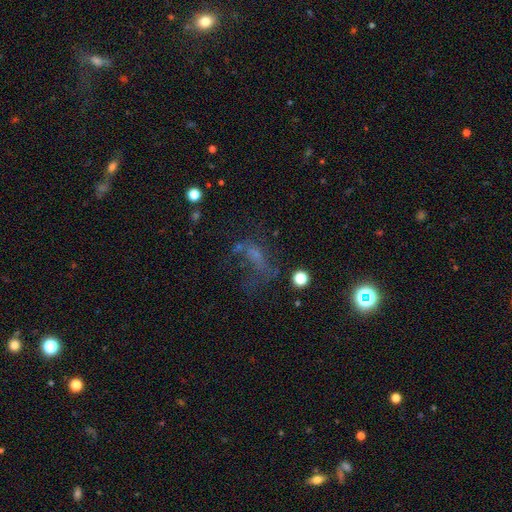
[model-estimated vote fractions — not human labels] smooth_or_featured: featured or disk (p=0.35) [alt: star or artifact p=0.33]
merging: major disturbance (p=0.37) [tied with: none p=0.37]